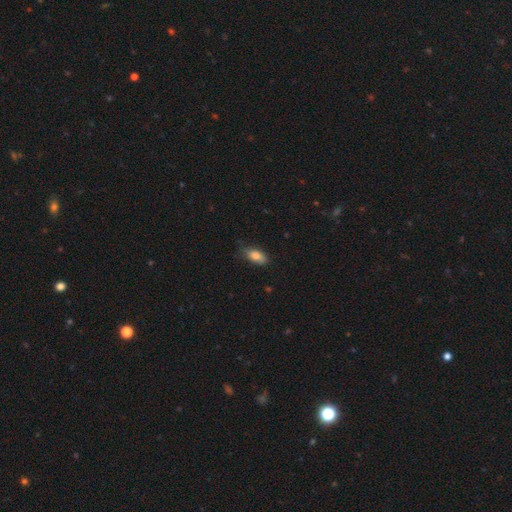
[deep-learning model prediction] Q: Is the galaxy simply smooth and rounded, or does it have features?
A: smooth — 83%.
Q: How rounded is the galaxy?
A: in between — 87%.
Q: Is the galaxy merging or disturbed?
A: none — 68%.